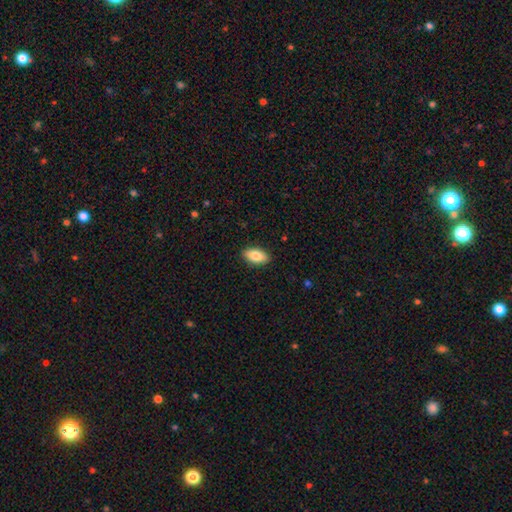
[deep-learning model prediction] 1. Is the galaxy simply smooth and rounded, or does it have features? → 83% smooth, 11% featured or disk, 6% star or artifact.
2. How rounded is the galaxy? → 91% in between, 6% cigar-shaped, 3% round.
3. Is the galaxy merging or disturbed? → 89% none, 8% minor disturbance, 2% major disturbance, 1% merger.